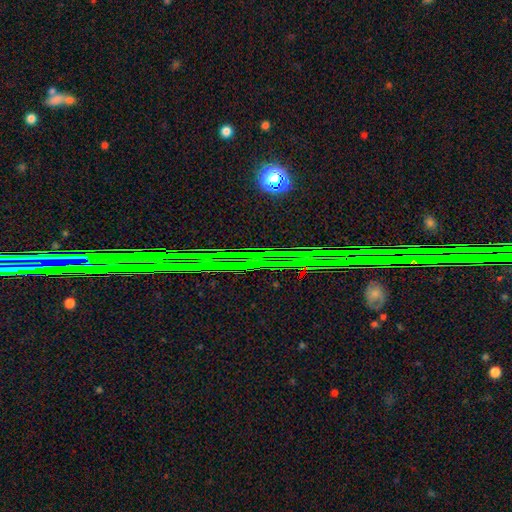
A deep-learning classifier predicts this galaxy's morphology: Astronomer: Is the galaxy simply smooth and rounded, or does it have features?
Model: star or artifact — 81%.